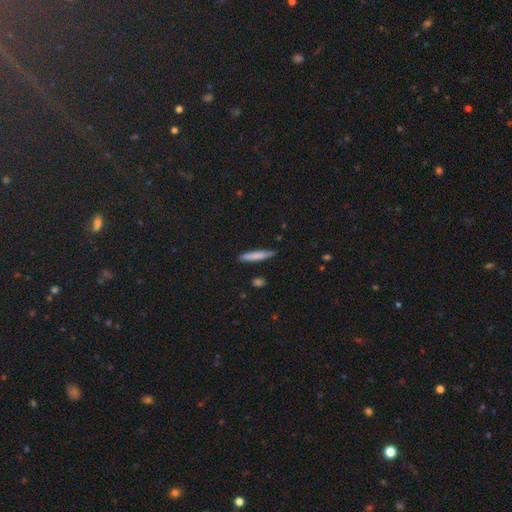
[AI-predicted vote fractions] smooth 77%, featured or disk 17%, star or artifact 7%. Down the decision tree: how rounded — cigar-shaped (91%); merging — none (78%).